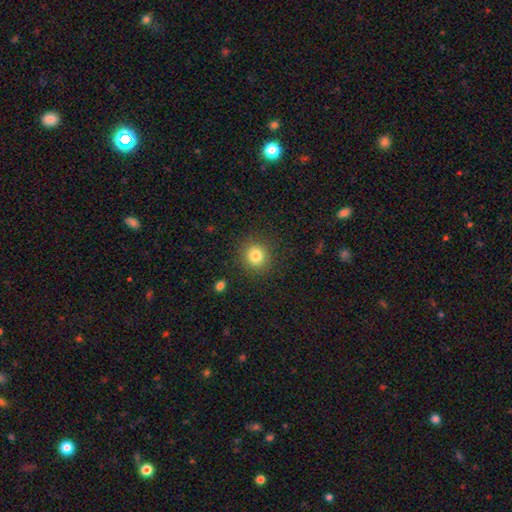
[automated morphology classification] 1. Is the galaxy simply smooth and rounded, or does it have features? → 82% smooth, 12% star or artifact, 6% featured or disk.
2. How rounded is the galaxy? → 90% round, 9% in between, 1% cigar-shaped.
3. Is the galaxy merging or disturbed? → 89% none, 7% minor disturbance, 3% major disturbance, 1% merger.